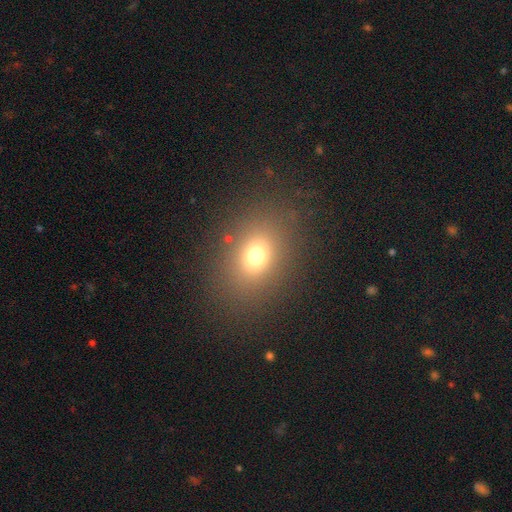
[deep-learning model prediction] A smooth galaxy with no disk features (71%) that is in between round and cigar-shaped (57%).

Vote fractions:
- Smooth or featured? smooth: 71% / star or artifact: 18% / featured or disk: 11%
- How rounded? in between: 57% / round: 42% / cigar-shaped: 1%
- Merging? none: 83% / minor disturbance: 9% / major disturbance: 6% / merger: 2%